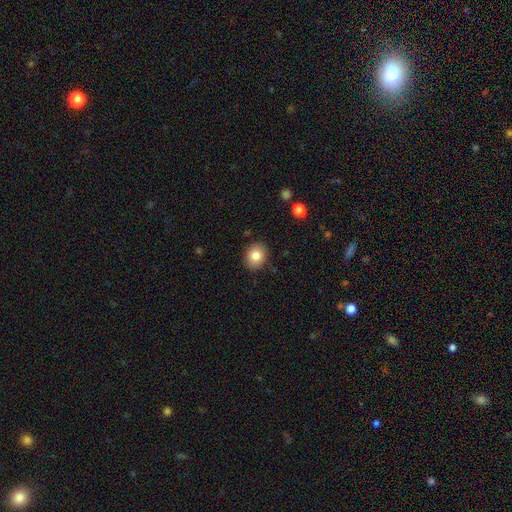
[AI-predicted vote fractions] This appears to be a smooth galaxy with no disk features (83%) that is round (59%). Merging: none (87%).